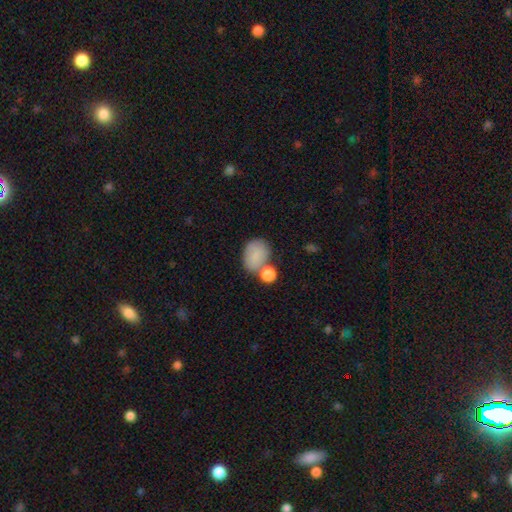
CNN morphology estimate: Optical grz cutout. It shows a smooth galaxy with no disk features (82%) that is in between round and cigar-shaped (65%). Merging: none (50%).